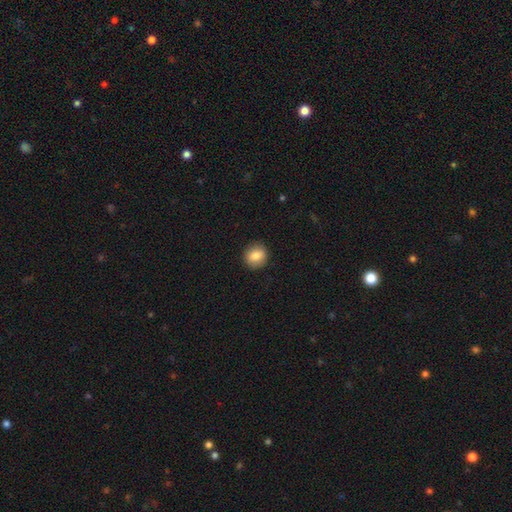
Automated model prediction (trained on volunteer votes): Smooth or featured? smooth (83%)
How rounded? round (76%)
Merging? none (89%)